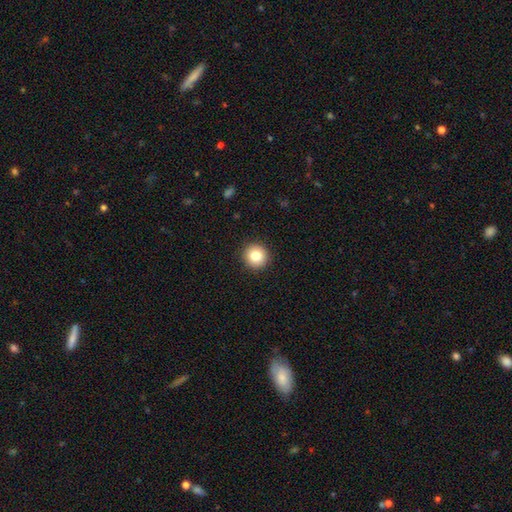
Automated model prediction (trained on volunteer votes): smooth 82%, star or artifact 10%, featured or disk 8%. Down the decision tree: how rounded — round (95%); merging — none (93%).